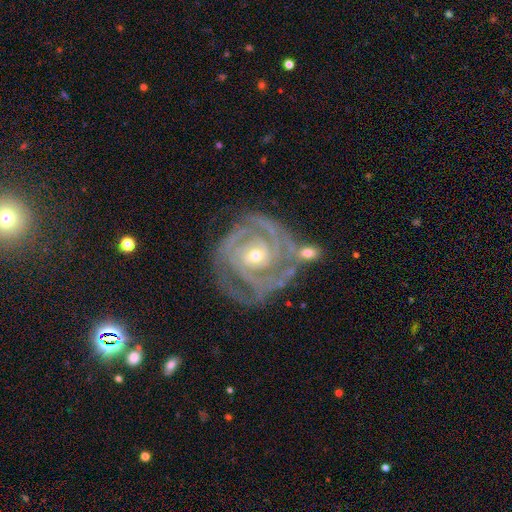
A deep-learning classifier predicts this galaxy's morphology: A featured or disk galaxy (91%) with no bar (66%), 2 (29%) tight (78%) spiral arms (96%) and a moderate central bulge (51%).

Vote fractions:
- Smooth or featured? featured or disk: 91% / smooth: 5% / star or artifact: 4%
- Edge-on disk? no: 97% / yes: 3%
- Bar? no: 66% / weak: 25% / strong: 10%
- Spiral arms? yes: 96% / no: 4%
- Spiral winding? tight: 78% / medium: 18% / loose: 4%
- Spiral arm count? 2: 29% / 3: 28% / can't tell: 21% / 4: 10% / more than 4: 6% / 1: 6%
- Bulge size? moderate: 51% / small: 45% / large: 2% / none: 1% / dominant: 1%
- Merging? none: 61% / minor disturbance: 20% / major disturbance: 11% / merger: 8%